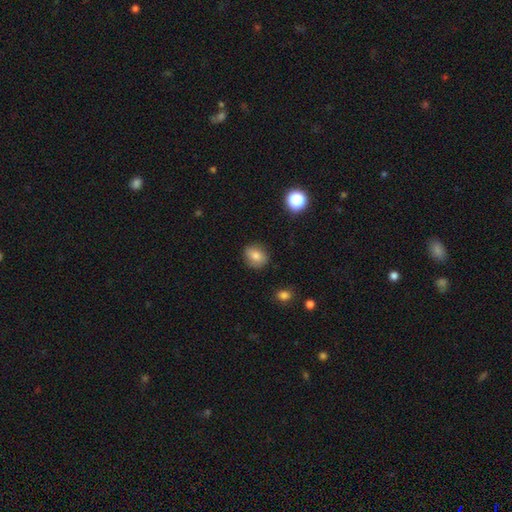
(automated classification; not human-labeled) Q: Smooth or featured?
A: smooth (77%); runner-up: featured or disk (13%)
Q: How rounded?
A: round (61%); runner-up: in between (37%)
Q: Merging?
A: none (85%); runner-up: minor disturbance (11%)